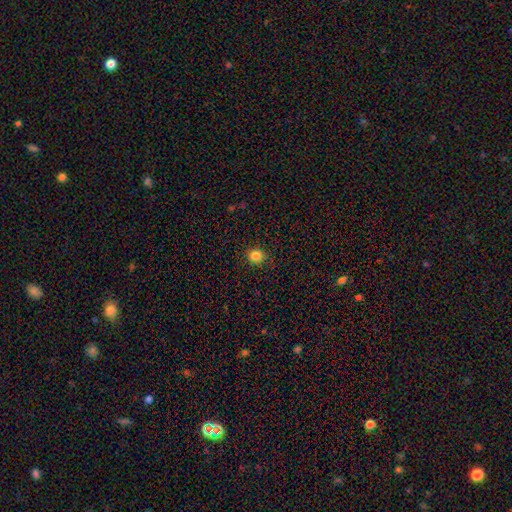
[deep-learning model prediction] A smooth galaxy with no disk features (84%) that is round (85%). Merging: none (90%).